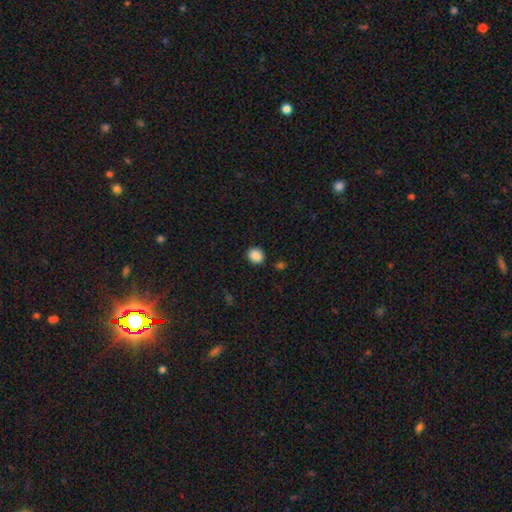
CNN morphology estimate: The model was most divided on "how rounded": round: 67%, in between: 32%, cigar-shaped: 1%. More confident: merging — none (88%); smooth or featured — smooth (88%).